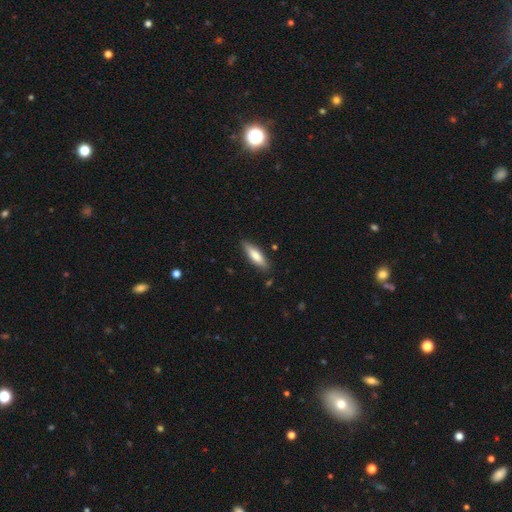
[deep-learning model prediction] Smooth or featured? smooth (75%)
How rounded? cigar-shaped (59%)
Merging? none (85%)